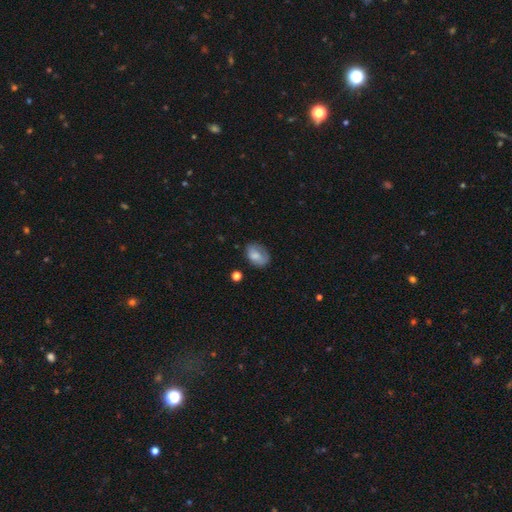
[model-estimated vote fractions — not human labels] Morphology: type=smooth (76%); roundness=in between (76%); merging=none (64%).